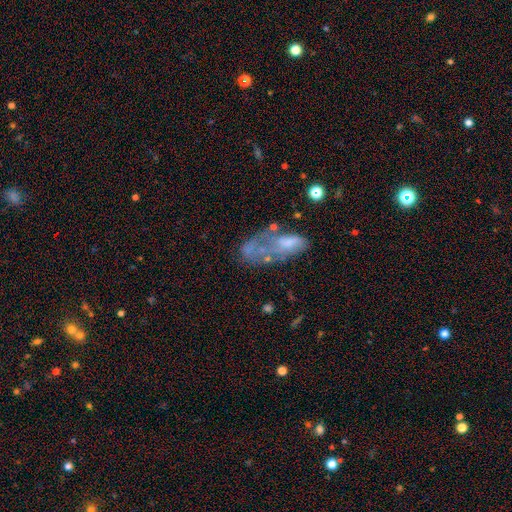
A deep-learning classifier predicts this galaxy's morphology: Overall: featured or disk (48%; smooth 36%). Merging: none (35%; major disturbance 29%).